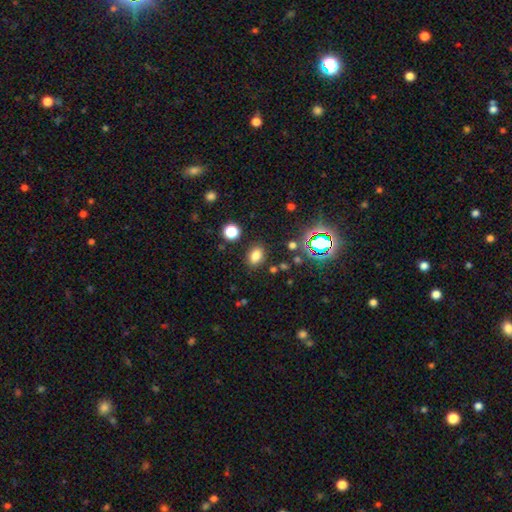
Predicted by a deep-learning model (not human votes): This appears to be a smooth galaxy with no disk features (77%) that is in between round and cigar-shaped (75%). Merging: none (83%).